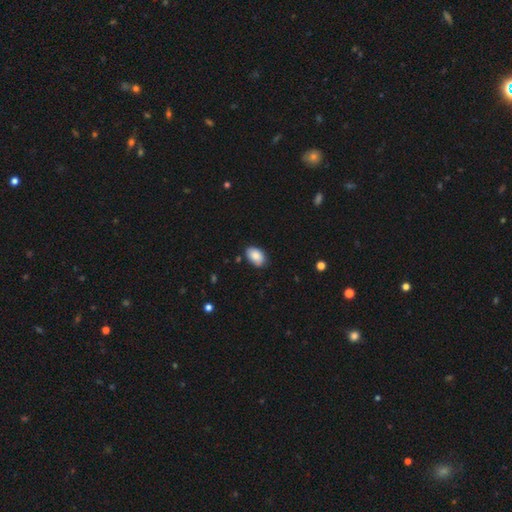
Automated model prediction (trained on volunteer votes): Smooth or featured?
  - smooth: 85% *
  - featured or disk: 8%
  - star or artifact: 7%
How rounded?
  - in between: 90% *
  - round: 9%
  - cigar-shaped: 1%
Merging?
  - none: 81% *
  - minor disturbance: 15%
  - major disturbance: 2%
  - merger: 2%